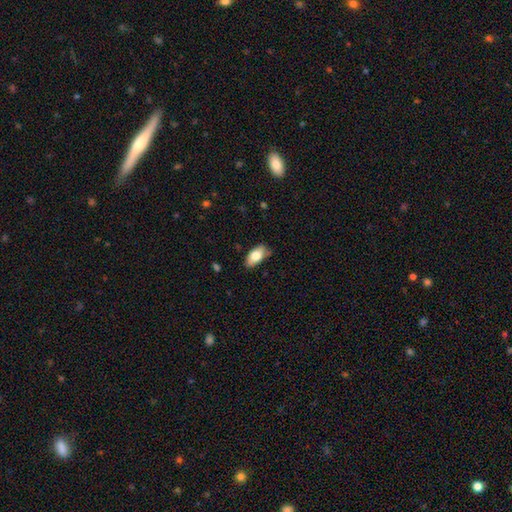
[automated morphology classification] This is likely a smooth galaxy (75%). How rounded: clearly in between (91%). Merging: likely none (73%).